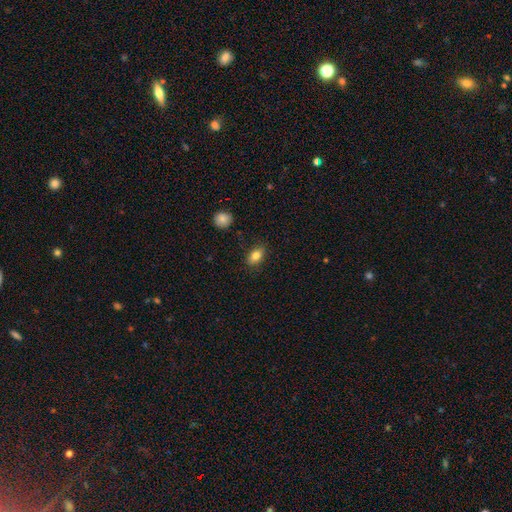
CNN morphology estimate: This appears to be a smooth galaxy with no disk features (84%) that is in between round and cigar-shaped (85%). Merging: none (86%).